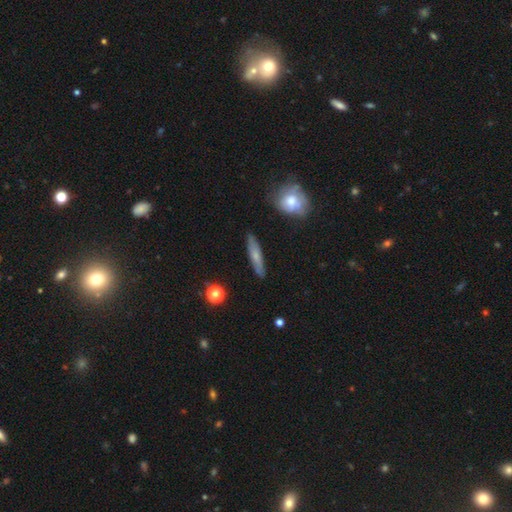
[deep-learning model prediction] This appears to be a smooth galaxy with no disk features (56%) that is cigar-shaped (82%). Merging: none (85%).